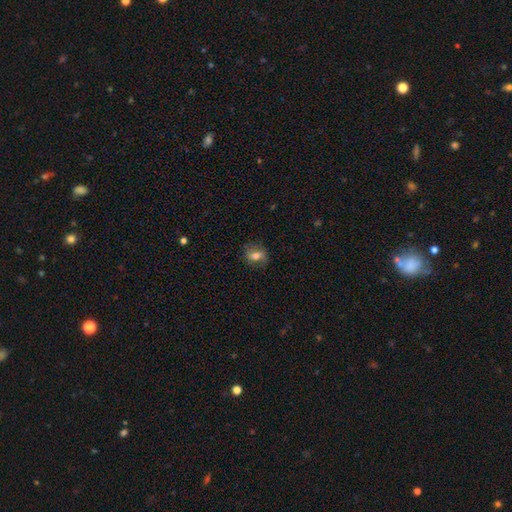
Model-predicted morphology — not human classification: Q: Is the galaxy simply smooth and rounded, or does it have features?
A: smooth — 57%.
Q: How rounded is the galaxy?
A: in between — 51%.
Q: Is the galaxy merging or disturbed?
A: none — 77%.